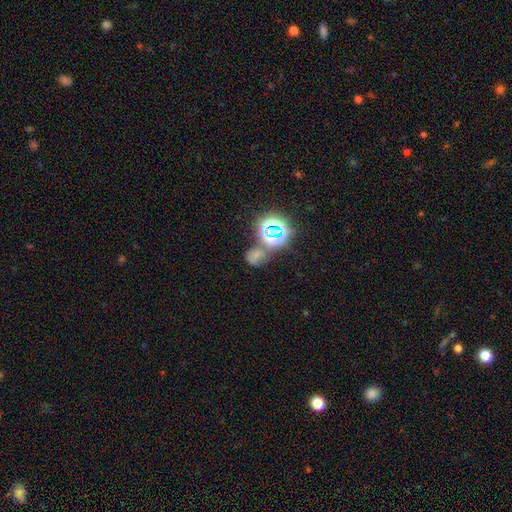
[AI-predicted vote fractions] This appears to be a smooth galaxy with no disk features (46%). Merging: none (48%).